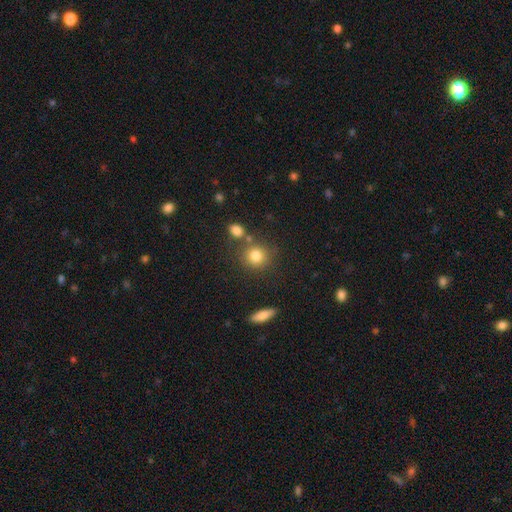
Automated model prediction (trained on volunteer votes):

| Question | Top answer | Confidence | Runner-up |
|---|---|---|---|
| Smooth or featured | smooth | 80% | star or artifact (11%) |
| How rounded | round | 83% | in between (16%) |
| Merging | none | 72% | merger (14%) |